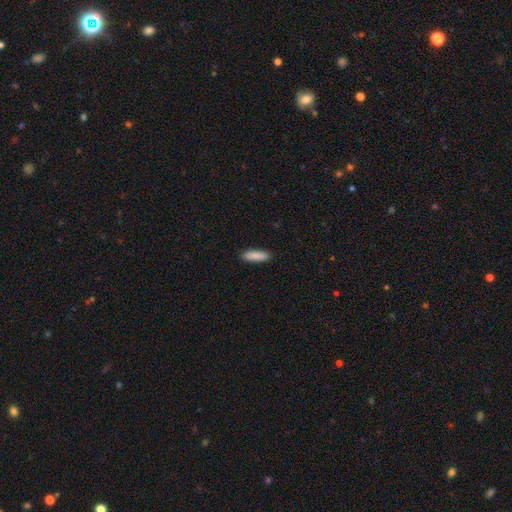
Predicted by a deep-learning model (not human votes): smooth 89%, star or artifact 6%, featured or disk 5%. Down the decision tree: how rounded — cigar-shaped (64%); merging — none (90%).